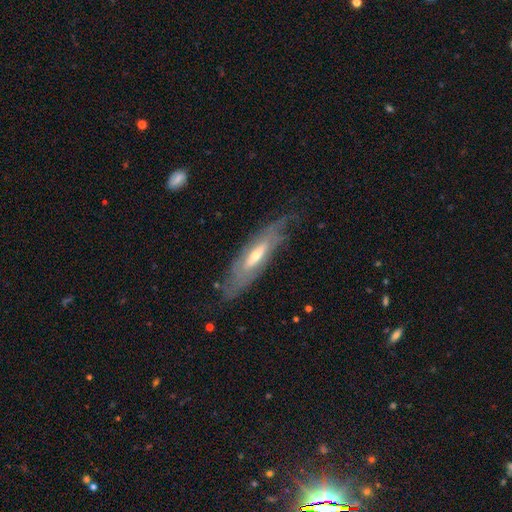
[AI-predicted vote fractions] This is likely a featured or disk galaxy (72%). It is likely not viewed edge-on (61%). Merging: likely none (67%).